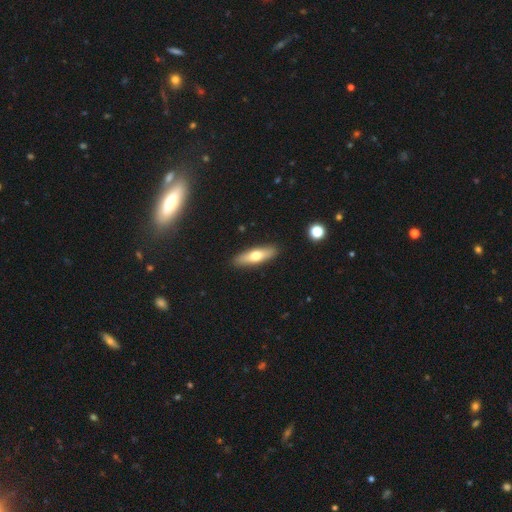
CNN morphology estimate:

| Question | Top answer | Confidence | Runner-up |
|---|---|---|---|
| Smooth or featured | smooth | 61% | featured or disk (33%) |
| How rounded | cigar-shaped | 58% | in between (39%) |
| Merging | none | 89% | minor disturbance (8%) |